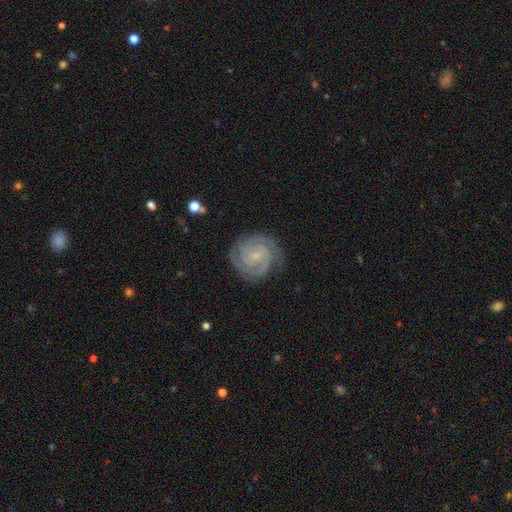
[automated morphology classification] A featured or disk galaxy (88%) with no bar (64%), 2 (43%) tight (79%) spiral arms (98%) and a small central bulge (80%).

Vote fractions:
- Smooth or featured? featured or disk: 88% / smooth: 6% / star or artifact: 5%
- Edge-on disk? no: 98% / yes: 2%
- Bar? no: 64% / weak: 28% / strong: 8%
- Spiral arms? yes: 98% / no: 2%
- Spiral winding? tight: 79% / medium: 19% / loose: 3%
- Spiral arm count? 2: 43% / 3: 26% / can't tell: 13% / 4: 8% / more than 4: 5% / 1: 5%
- Bulge size? small: 80% / moderate: 10% / none: 8% / large: 1% / dominant: 1%
- Merging? none: 81% / minor disturbance: 14% / major disturbance: 4% / merger: 1%